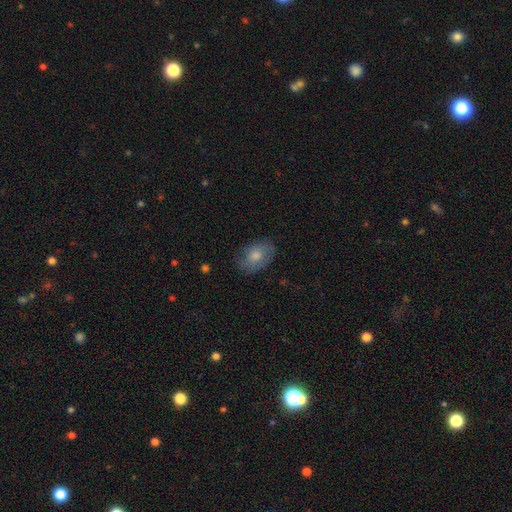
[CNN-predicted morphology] This appears to be a smooth galaxy with no disk features (67%) that is in between round and cigar-shaped (83%). Merging: none (70%).